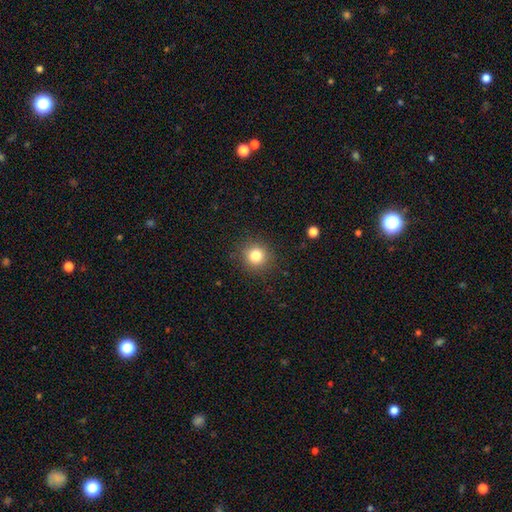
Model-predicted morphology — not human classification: smooth 82%, star or artifact 12%, featured or disk 6%. Down the decision tree: how rounded — round (92%); merging — none (90%).